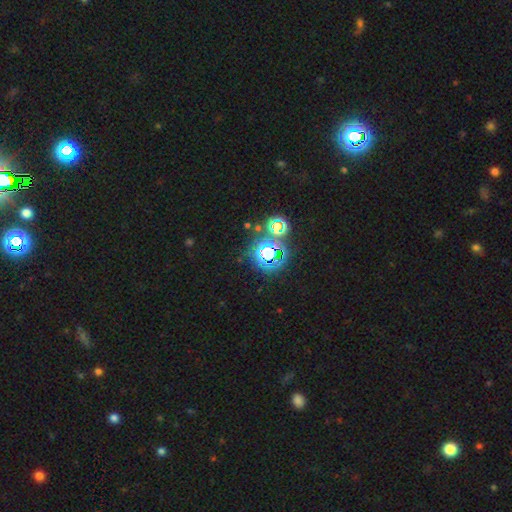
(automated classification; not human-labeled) Smooth or featured? Predicted: star or artifact (p=0.76).